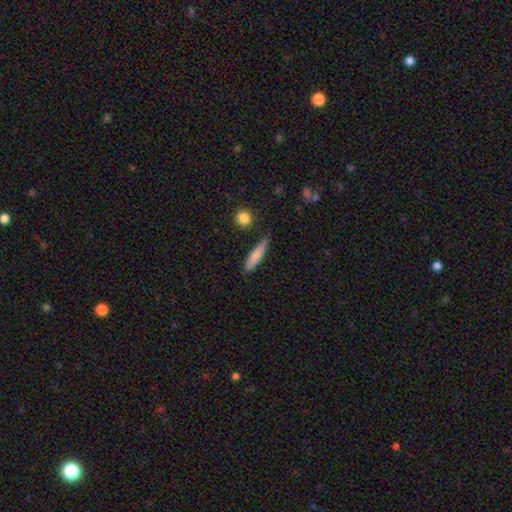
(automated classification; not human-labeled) This appears to be a smooth galaxy with no disk features (79%) that is cigar-shaped (80%). Merging: none (77%).